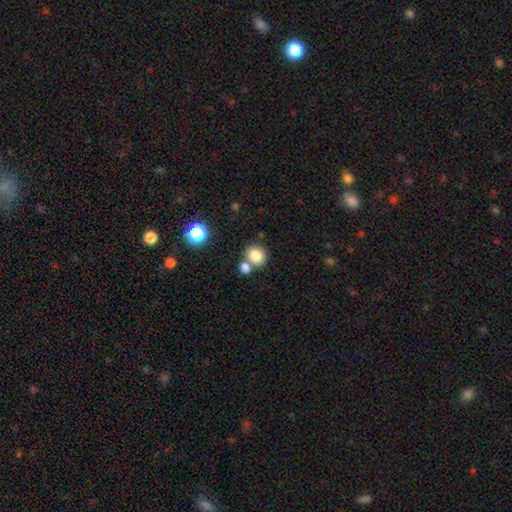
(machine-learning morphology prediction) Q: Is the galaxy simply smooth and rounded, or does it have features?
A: smooth — 82%.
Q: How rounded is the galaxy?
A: round — 79%.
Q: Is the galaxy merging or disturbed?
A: none — 58%.